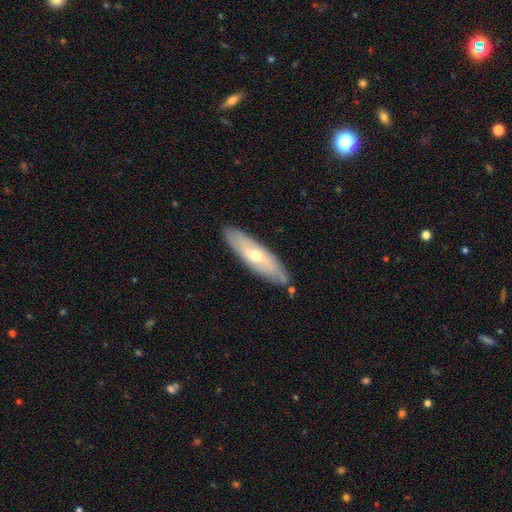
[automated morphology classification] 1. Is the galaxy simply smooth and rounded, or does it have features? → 54% featured or disk, 40% smooth, 6% star or artifact.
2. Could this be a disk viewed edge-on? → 61% no, 39% yes.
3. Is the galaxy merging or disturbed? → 82% none, 14% minor disturbance, 2% merger, 2% major disturbance.